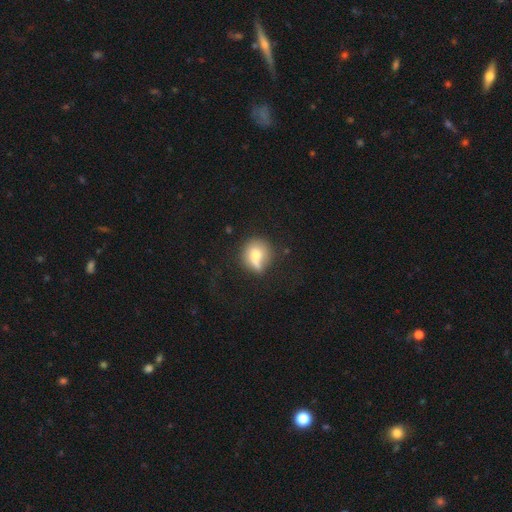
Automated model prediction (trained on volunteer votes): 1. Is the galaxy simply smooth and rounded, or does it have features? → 65% smooth, 24% featured or disk, 11% star or artifact.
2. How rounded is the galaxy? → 78% round, 20% in between, 2% cigar-shaped.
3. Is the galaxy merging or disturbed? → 47% none, 24% minor disturbance, 16% major disturbance, 14% merger.